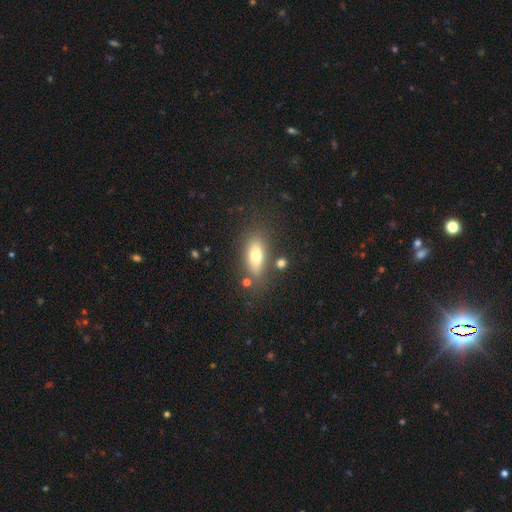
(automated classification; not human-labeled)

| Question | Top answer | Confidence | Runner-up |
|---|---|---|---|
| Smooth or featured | smooth | 71% | featured or disk (20%) |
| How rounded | in between | 78% | cigar-shaped (16%) |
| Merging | none | 75% | minor disturbance (14%) |